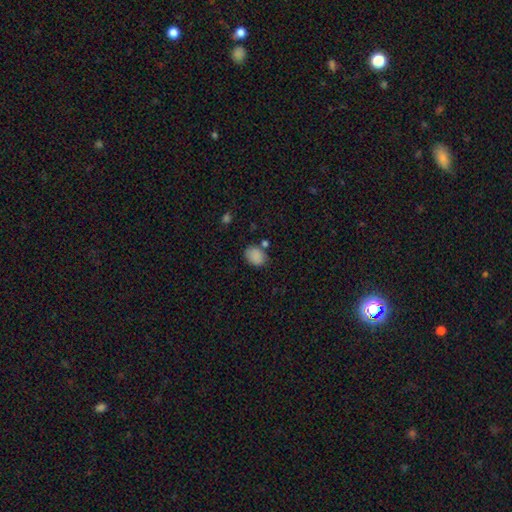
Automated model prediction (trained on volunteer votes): Q: Smooth or featured?
A: smooth (86%); runner-up: star or artifact (10%)
Q: How rounded?
A: in between (61%); runner-up: round (38%)
Q: Merging?
A: none (71%); runner-up: minor disturbance (16%)